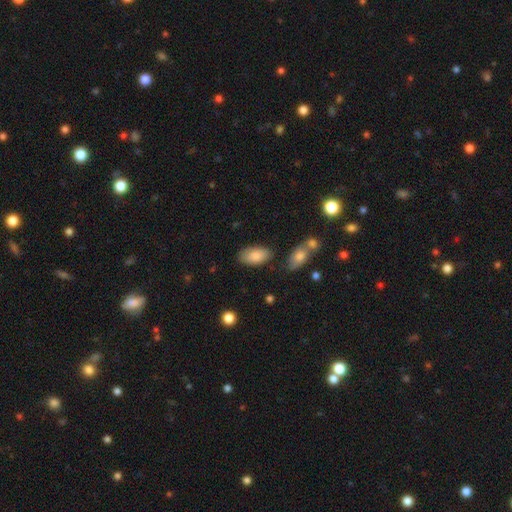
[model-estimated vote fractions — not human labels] smooth-or-featured: smooth: 85% | featured or disk: 8% | star or artifact: 6%
  how-rounded: in between: 95% | cigar-shaped: 3% | round: 3%
  merging: none: 78% | minor disturbance: 15% | merger: 4% | major disturbance: 4%